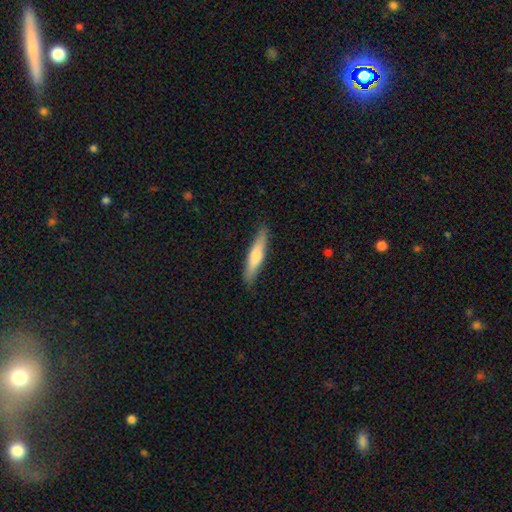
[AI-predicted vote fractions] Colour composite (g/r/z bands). It shows a smooth galaxy with no disk features (58%) that is cigar-shaped (88%). Merging: none (88%).